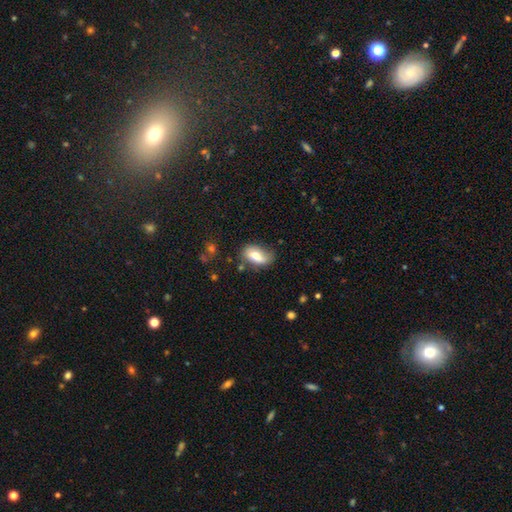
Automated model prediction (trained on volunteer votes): This is likely a smooth galaxy (69%). How rounded: clearly in between (90%). Merging: likely none (63%).